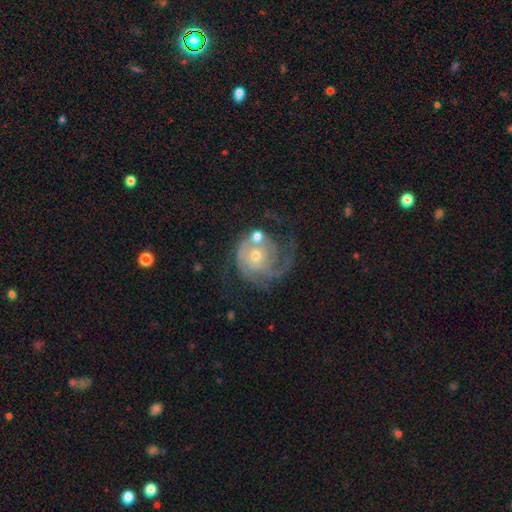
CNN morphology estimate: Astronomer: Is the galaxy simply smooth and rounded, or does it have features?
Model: featured or disk — 86%.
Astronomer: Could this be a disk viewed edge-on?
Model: no — 98%.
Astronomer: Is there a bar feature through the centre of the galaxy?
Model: no — 76%.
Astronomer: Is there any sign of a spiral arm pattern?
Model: yes — 95%.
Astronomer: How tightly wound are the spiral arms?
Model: tight — 59%.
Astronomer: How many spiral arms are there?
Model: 2 — 36% (runner-up: 3, 19%).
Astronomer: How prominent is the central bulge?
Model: moderate — 49% (runner-up: small, 46%).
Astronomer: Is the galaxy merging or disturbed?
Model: none — 50%.